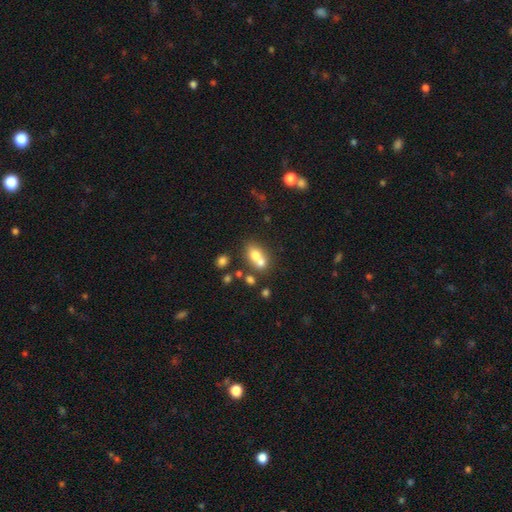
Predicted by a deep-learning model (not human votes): Q: Smooth or featured?
A: smooth (68%); runner-up: featured or disk (20%)
Q: How rounded?
A: in between (62%); runner-up: round (36%)
Q: Merging?
A: merger (58%); runner-up: none (29%)